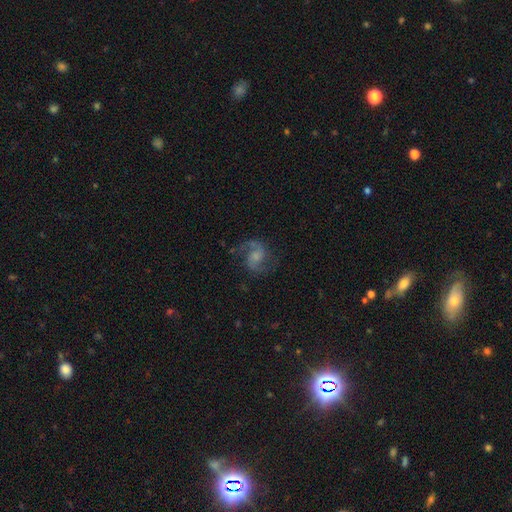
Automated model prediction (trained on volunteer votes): Smooth or featured? featured or disk (85%)
Edge-on disk? no (98%)
Bar? no (54%)
Spiral arms? yes (97%)
Spiral winding? medium (55%)
Spiral arm count? 2 (93%)
Bulge size? small (38%)
Merging? none (77%)